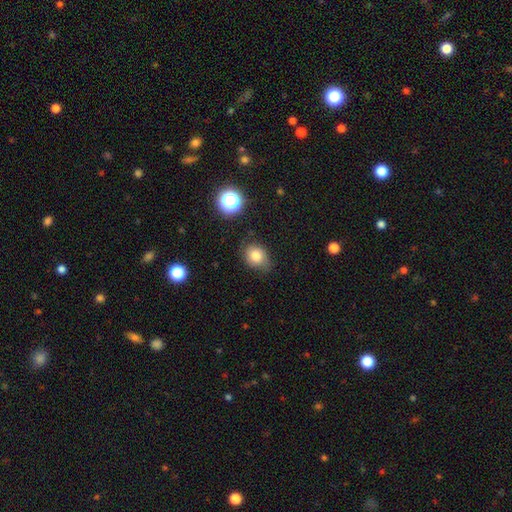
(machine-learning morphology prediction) Smooth or featured?
  - smooth: 77% *
  - star or artifact: 12%
  - featured or disk: 11%
How rounded?
  - round: 56% *
  - in between: 43%
  - cigar-shaped: 1%
Merging?
  - none: 67% *
  - minor disturbance: 25%
  - major disturbance: 6%
  - merger: 2%